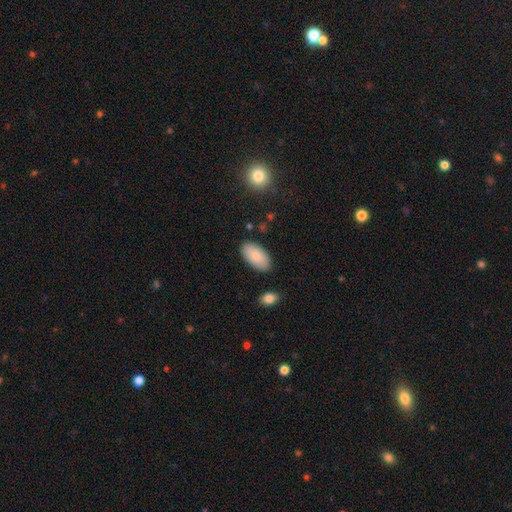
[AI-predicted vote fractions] Smooth or featured? Predicted: smooth (p=0.81). How rounded? Predicted: in between (p=0.95). Merging? Predicted: none (p=0.84).